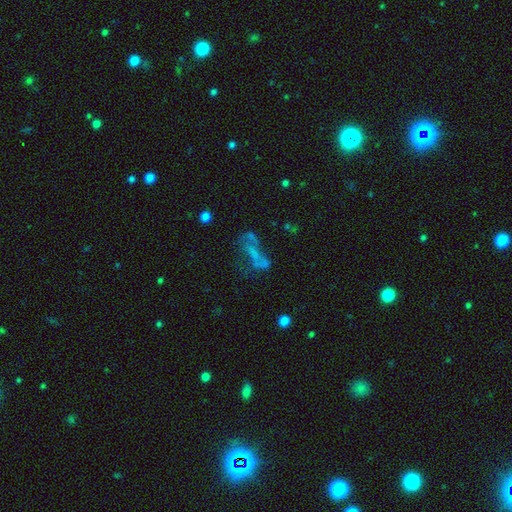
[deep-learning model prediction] This is possibly a featured or disk galaxy (48%). Merging: marginally major disturbance (36%).